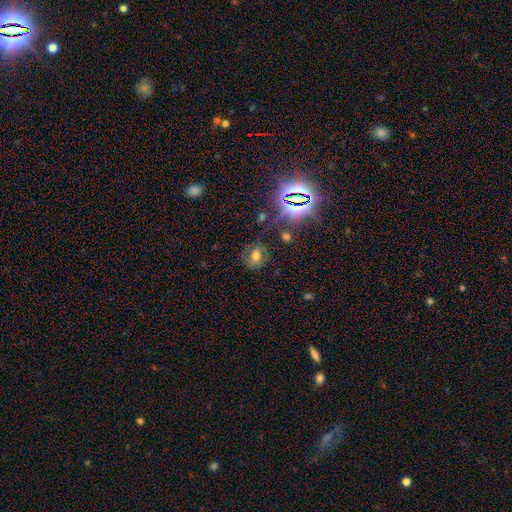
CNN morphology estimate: This is marginally a smooth galaxy (41%). Merging: likely none (67%).